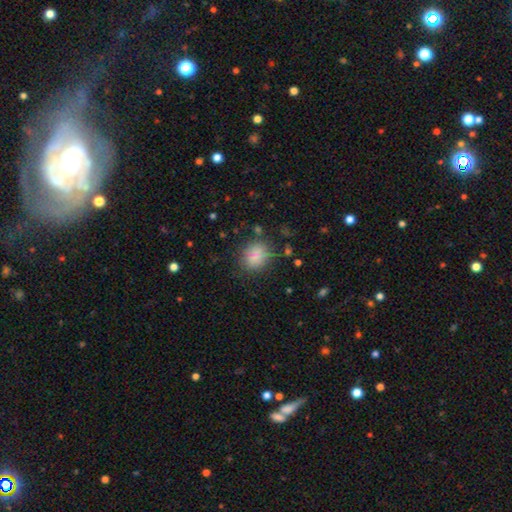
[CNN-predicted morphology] smooth-or-featured: smooth: 84% | star or artifact: 9% | featured or disk: 7%
  how-rounded: round: 56% | in between: 43% | cigar-shaped: 1%
  merging: none: 76% | minor disturbance: 15% | major disturbance: 6% | merger: 3%